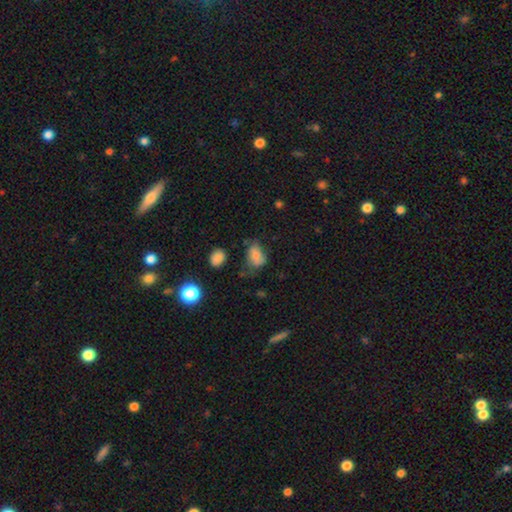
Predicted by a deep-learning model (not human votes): Smooth or featured?
  - smooth: 72% *
  - featured or disk: 17%
  - star or artifact: 11%
How rounded?
  - in between: 82% *
  - round: 17%
  - cigar-shaped: 2%
Merging?
  - none: 40% *
  - minor disturbance: 36%
  - major disturbance: 19%
  - merger: 5%